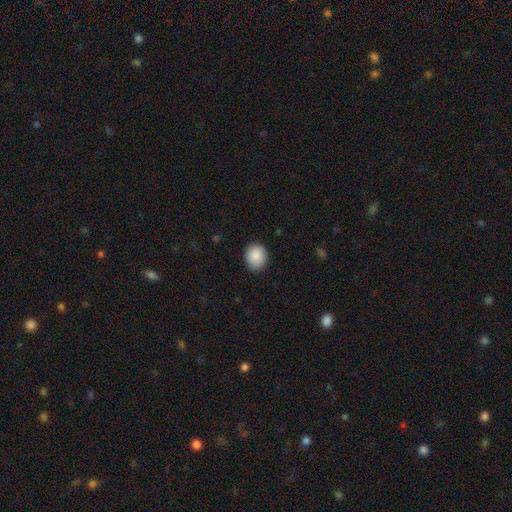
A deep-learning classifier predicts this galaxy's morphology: This is clearly a smooth galaxy (88%). How rounded: likely round (66%). Merging: clearly none (86%).